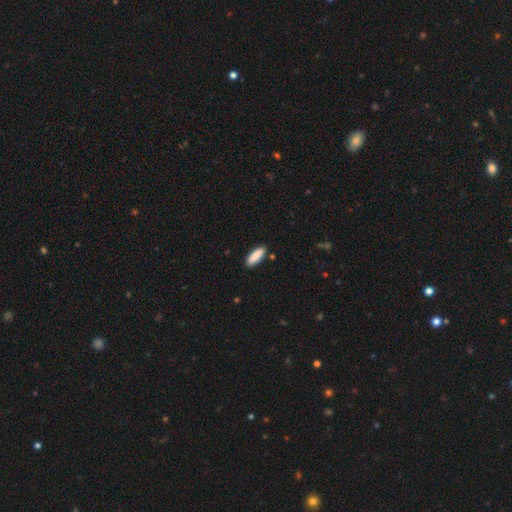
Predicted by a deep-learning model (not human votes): Smooth or featured?
  - smooth: 88% *
  - featured or disk: 6%
  - star or artifact: 6%
How rounded?
  - in between: 57% *
  - cigar-shaped: 42%
  - round: 2%
Merging?
  - none: 88% *
  - minor disturbance: 9%
  - major disturbance: 2%
  - merger: 2%